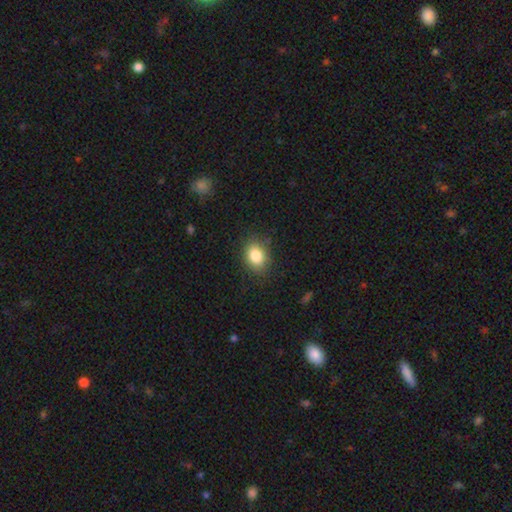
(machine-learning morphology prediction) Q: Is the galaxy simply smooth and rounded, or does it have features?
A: smooth — 84%.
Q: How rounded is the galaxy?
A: in between — 64%.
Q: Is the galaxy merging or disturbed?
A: none — 83%.